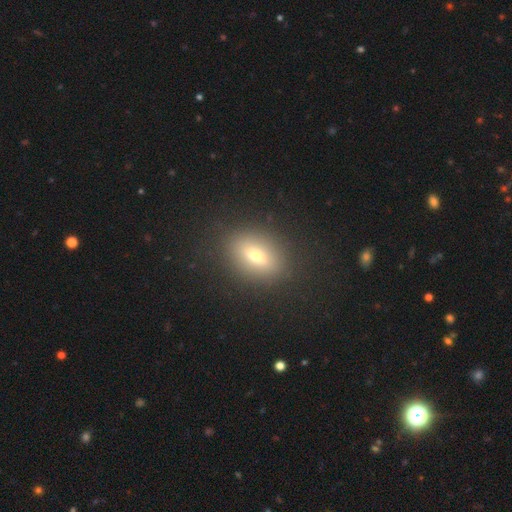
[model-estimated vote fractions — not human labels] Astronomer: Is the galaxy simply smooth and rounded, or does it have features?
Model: smooth — 56%.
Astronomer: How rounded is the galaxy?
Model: in between — 67%.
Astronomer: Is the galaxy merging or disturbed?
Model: none — 85%.